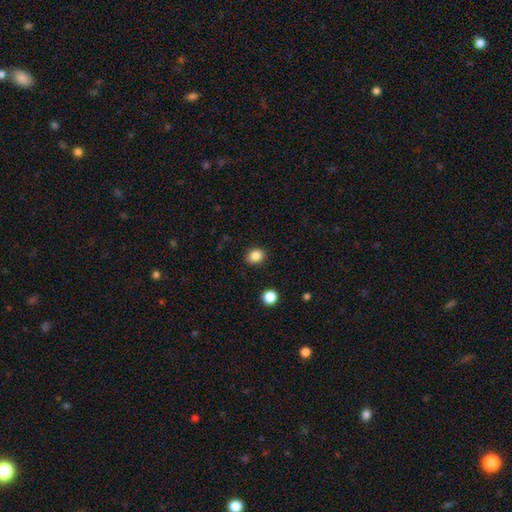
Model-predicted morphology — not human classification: Smooth or featured?
  - smooth: 85% *
  - star or artifact: 10%
  - featured or disk: 5%
How rounded?
  - round: 51% *
  - in between: 48%
  - cigar-shaped: 1%
Merging?
  - none: 88% *
  - minor disturbance: 8%
  - major disturbance: 2%
  - merger: 1%